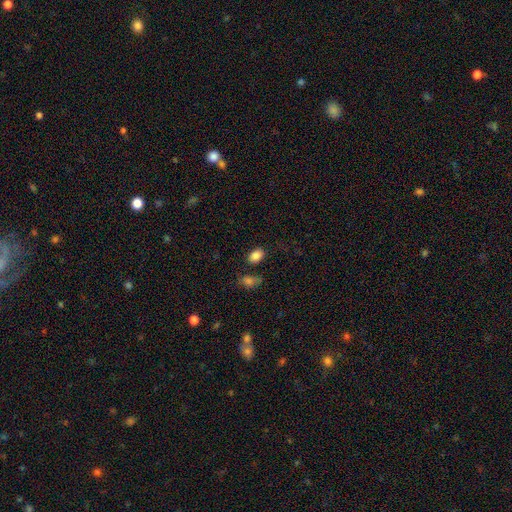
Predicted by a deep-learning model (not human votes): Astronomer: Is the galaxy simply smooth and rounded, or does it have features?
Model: smooth — 86%.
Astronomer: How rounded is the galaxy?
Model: in between — 82%.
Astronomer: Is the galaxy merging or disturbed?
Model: none — 78%.